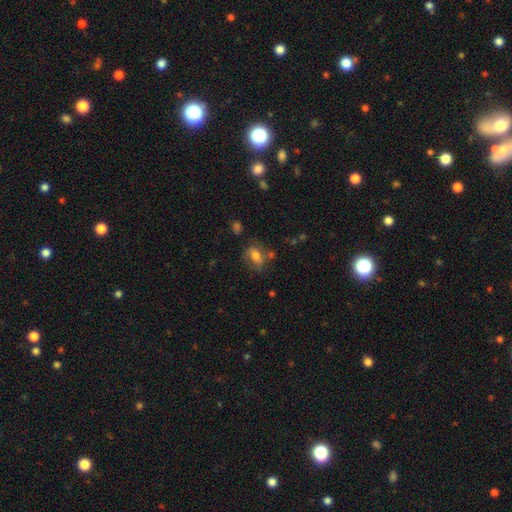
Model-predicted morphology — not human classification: The model was most divided on "merging": none: 57%, minor disturbance: 23%, major disturbance: 12%, merger: 7%. More confident: how rounded — in between (74%); smooth or featured — smooth (63%).